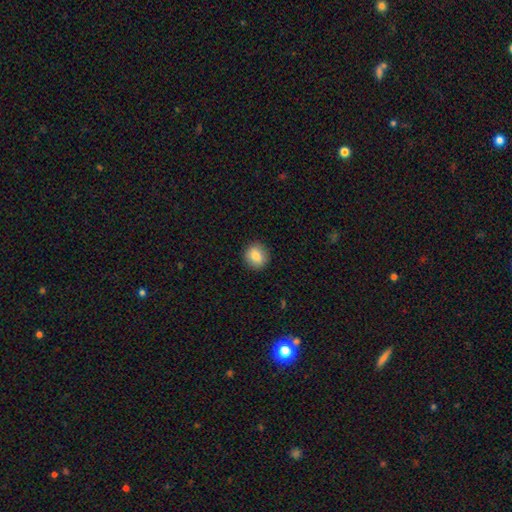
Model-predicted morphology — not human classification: smooth_or_featured: smooth (p=0.84) [alt: star or artifact p=0.08]
how_rounded: round (p=0.80) [alt: in between p=0.19]
merging: none (p=0.89) [alt: minor disturbance p=0.08]